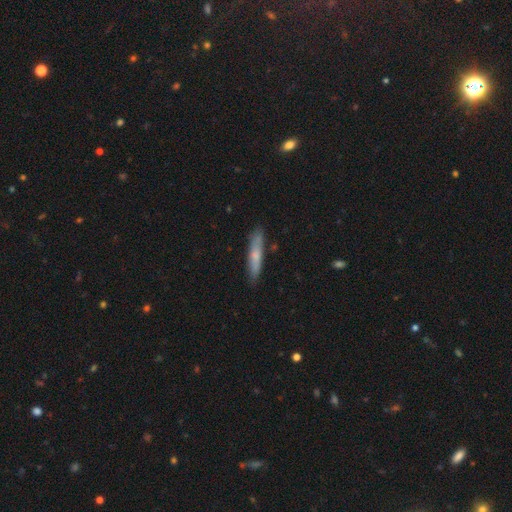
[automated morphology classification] Smooth or featured? Predicted: smooth (p=0.64). How rounded? Predicted: cigar-shaped (p=0.90). Merging? Predicted: none (p=0.84).